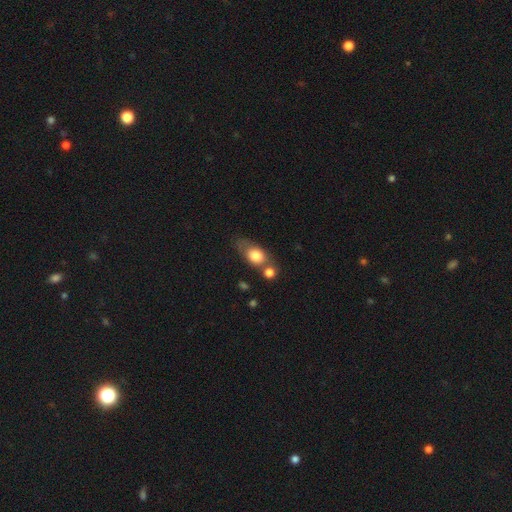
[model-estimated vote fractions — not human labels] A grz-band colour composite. It shows a smooth galaxy with no disk features (77%) that is in between round and cigar-shaped (68%). Merging: none (43%).